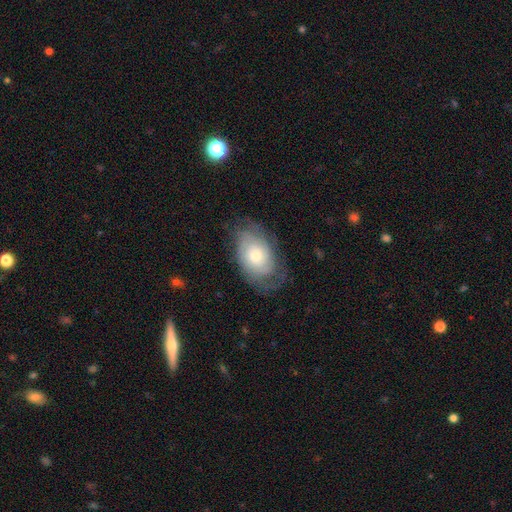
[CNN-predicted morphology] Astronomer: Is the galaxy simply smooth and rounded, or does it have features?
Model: featured or disk — 63%.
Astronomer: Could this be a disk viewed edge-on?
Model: no — 94%.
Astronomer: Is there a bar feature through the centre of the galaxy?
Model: no — 83%.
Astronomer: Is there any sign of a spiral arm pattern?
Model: yes — 81%.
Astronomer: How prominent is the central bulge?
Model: moderate — 52% (runner-up: small, 41%).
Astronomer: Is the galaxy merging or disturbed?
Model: none — 67%.